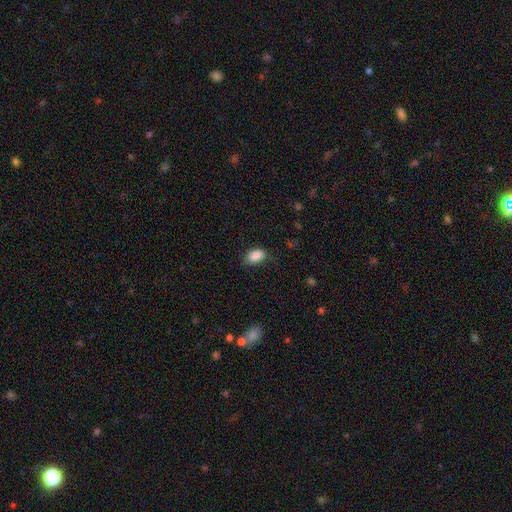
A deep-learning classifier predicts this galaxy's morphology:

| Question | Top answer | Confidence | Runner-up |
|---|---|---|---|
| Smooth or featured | smooth | 88% | star or artifact (8%) |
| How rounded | in between | 89% | round (9%) |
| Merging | none | 72% | minor disturbance (22%) |